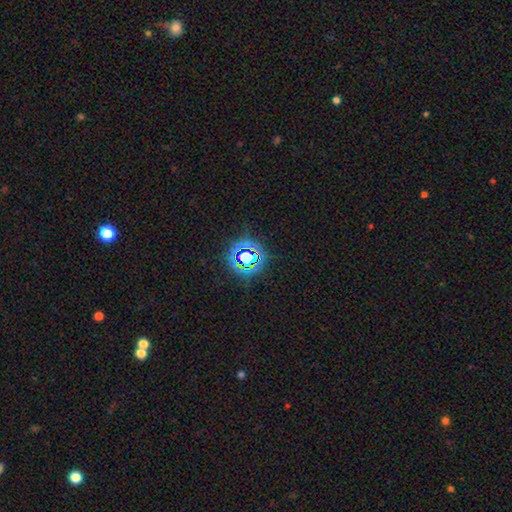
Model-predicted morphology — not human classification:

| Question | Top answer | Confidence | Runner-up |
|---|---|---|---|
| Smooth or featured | star or artifact | 69% | smooth (21%) |